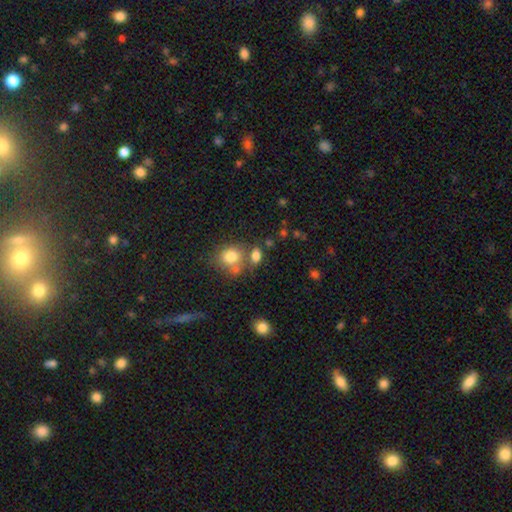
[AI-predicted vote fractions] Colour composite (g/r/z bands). It shows a smooth galaxy with no disk features (79%) that is in between round and cigar-shaped (70%). Merging: none (53%).